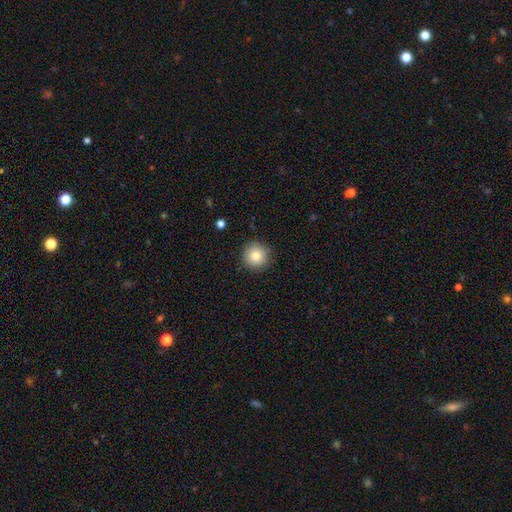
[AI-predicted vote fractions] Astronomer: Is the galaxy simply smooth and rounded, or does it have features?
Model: smooth — 82%.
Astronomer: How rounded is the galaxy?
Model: round — 95%.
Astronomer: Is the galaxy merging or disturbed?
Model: none — 90%.